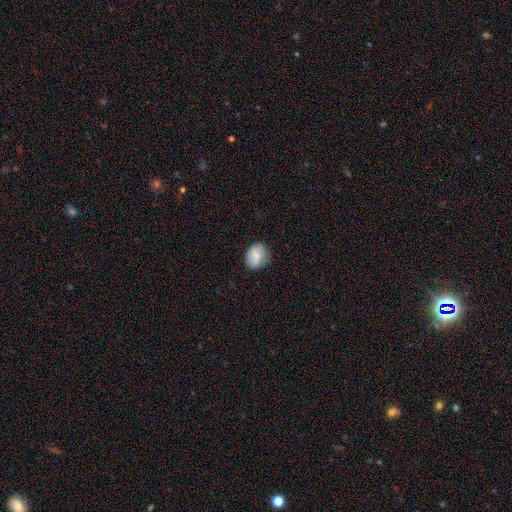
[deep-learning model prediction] Smooth or featured: smooth — 72% (featured or disk — 20%)
How rounded: round — 60% (in between — 39%)
Merging: none — 72% (minor disturbance — 21%)